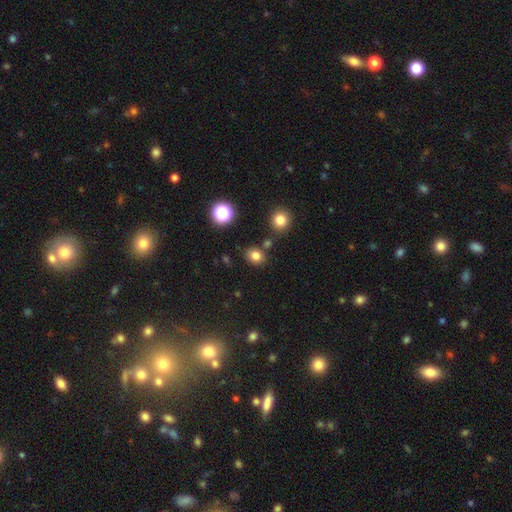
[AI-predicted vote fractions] Smooth or featured? Predicted: smooth (p=0.78). How rounded? Predicted: round (p=0.55). Merging? Predicted: none (p=0.78).